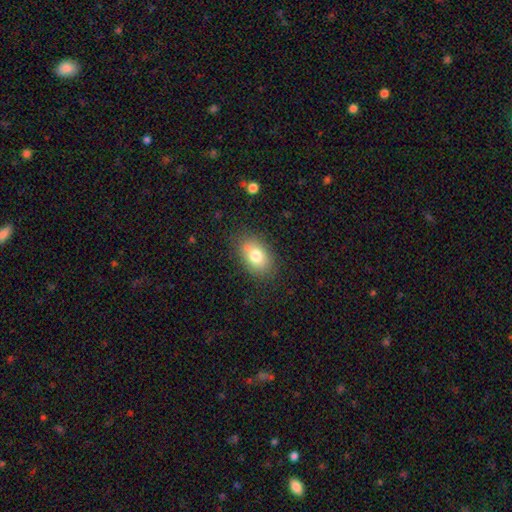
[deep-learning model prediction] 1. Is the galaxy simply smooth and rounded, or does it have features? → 77% smooth, 14% featured or disk, 9% star or artifact.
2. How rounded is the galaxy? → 81% in between, 17% round, 1% cigar-shaped.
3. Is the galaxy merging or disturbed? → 76% none, 17% minor disturbance, 5% major disturbance, 3% merger.